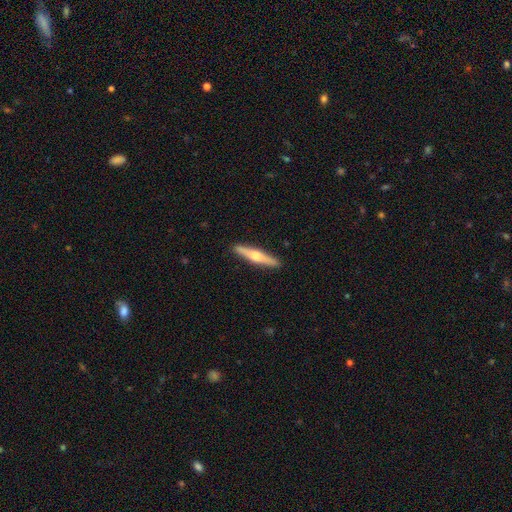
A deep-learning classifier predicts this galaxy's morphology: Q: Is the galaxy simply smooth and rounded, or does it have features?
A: featured or disk — 62%.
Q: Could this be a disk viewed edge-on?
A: yes — 97%.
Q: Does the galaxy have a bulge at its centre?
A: rounded — 91%.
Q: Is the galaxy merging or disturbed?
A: none — 91%.